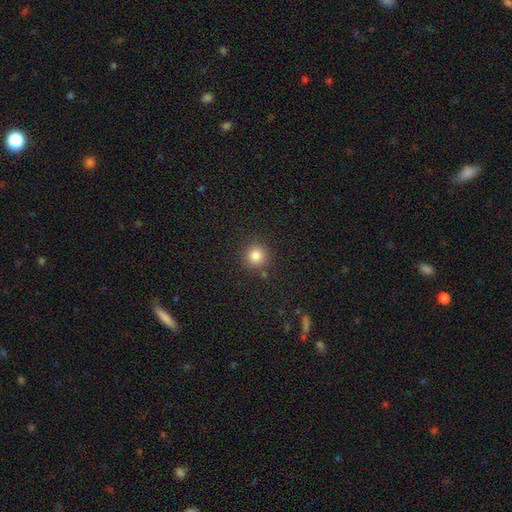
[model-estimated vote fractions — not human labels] This appears to be a smooth galaxy with no disk features (83%) that is round (94%). Merging: none (88%).